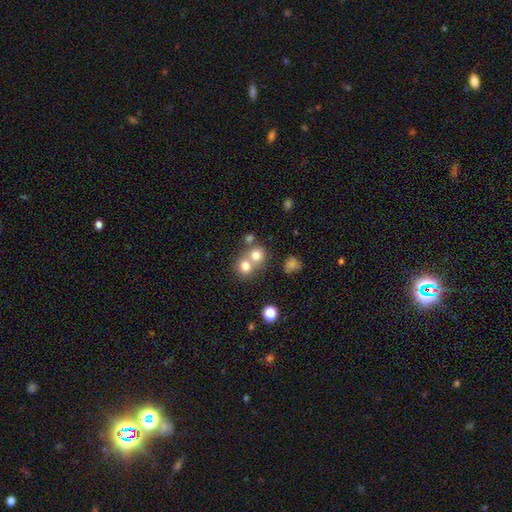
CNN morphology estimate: smooth 75%, star or artifact 13%, featured or disk 12%. Down the decision tree: how rounded — round (83%); merging — merger (50%).